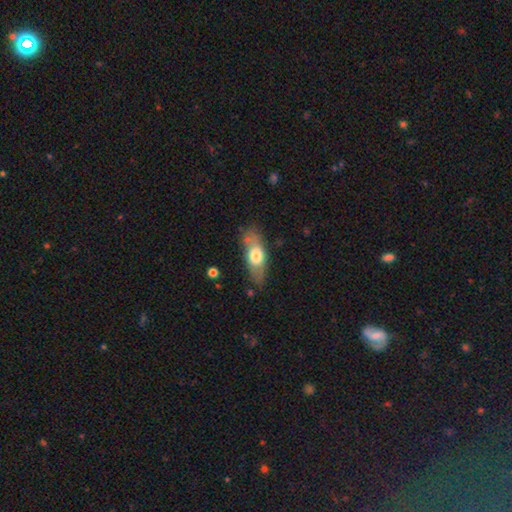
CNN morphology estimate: smooth-or-featured: smooth: 58% | featured or disk: 36% | star or artifact: 6%
  how-rounded: in between: 70% | cigar-shaped: 25% | round: 5%
  merging: none: 73% | minor disturbance: 18% | major disturbance: 6% | merger: 3%